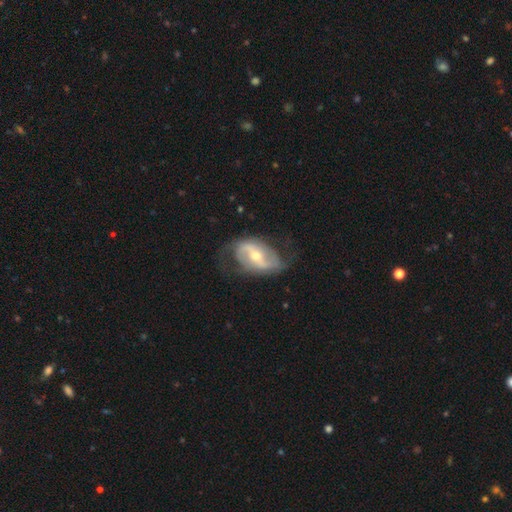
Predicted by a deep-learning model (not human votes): featured or disk 83%, smooth 12%, star or artifact 6%. Down the decision tree: edge-on disk — no (96%); bar — strong (39%); spiral arms — yes (89%); spiral arm count — 2 (87%); spiral winding — loose (52%); bulge size — moderate (55%); merging — none (65%).